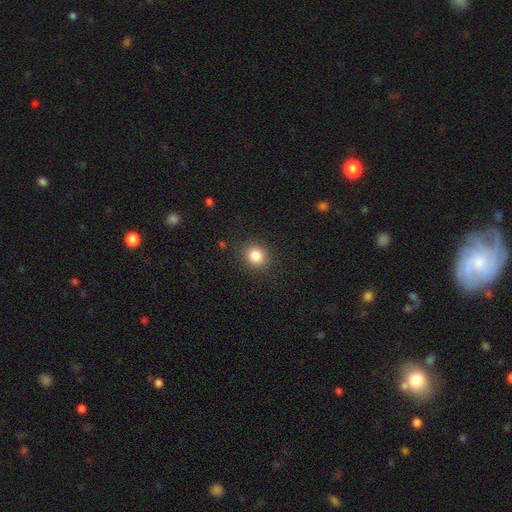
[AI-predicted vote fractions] smooth-or-featured: smooth: 84% | star or artifact: 10% | featured or disk: 6%
  how-rounded: round: 81% | in between: 18% | cigar-shaped: 1%
  merging: none: 89% | minor disturbance: 8% | major disturbance: 3% | merger: 1%